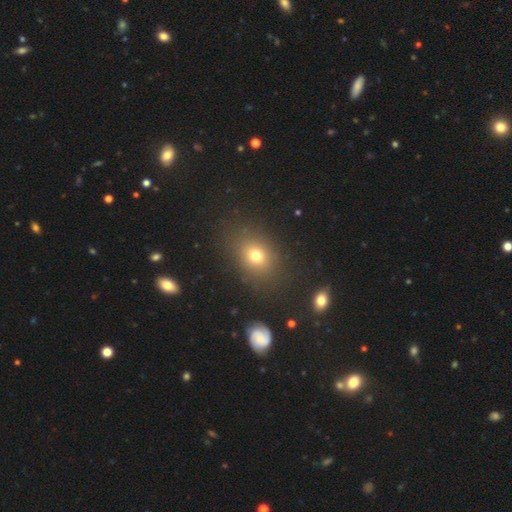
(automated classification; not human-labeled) Morphology: type=smooth (72%); roundness=in between (53%); merging=none (82%).